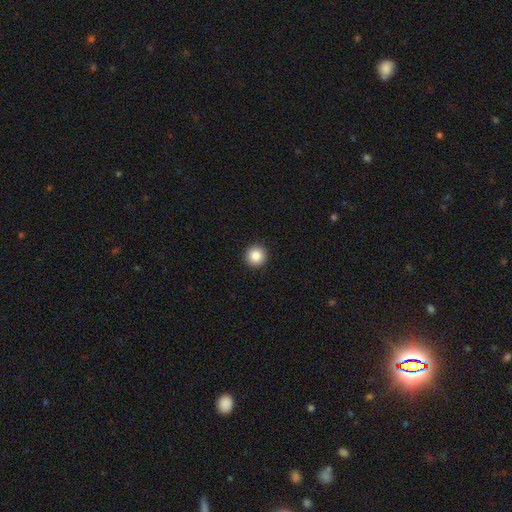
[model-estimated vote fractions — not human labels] smooth_or_featured: smooth (p=0.87) [alt: star or artifact p=0.09]
how_rounded: round (p=0.96) [alt: in between p=0.03]
merging: none (p=0.94) [alt: minor disturbance p=0.04]